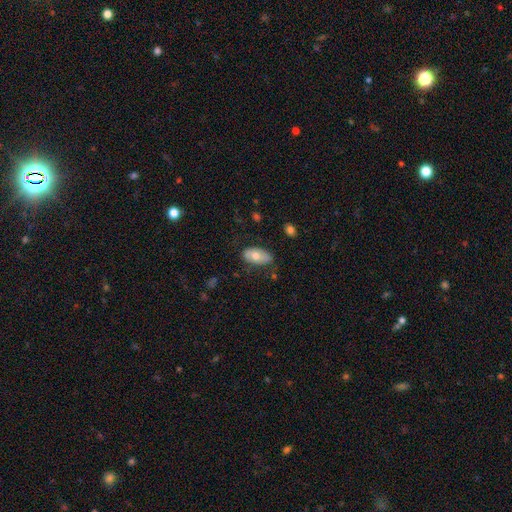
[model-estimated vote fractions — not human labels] A smooth galaxy with no disk features (66%) that is in between round and cigar-shaped (94%). Merging: none (70%).